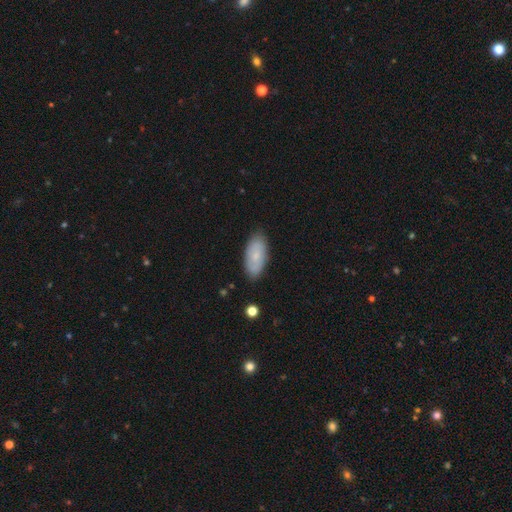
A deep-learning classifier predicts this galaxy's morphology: smooth_or_featured: smooth (p=0.67) [alt: featured or disk p=0.26]
how_rounded: in between (p=0.91) [alt: cigar-shaped p=0.06]
merging: none (p=0.82) [alt: minor disturbance p=0.14]